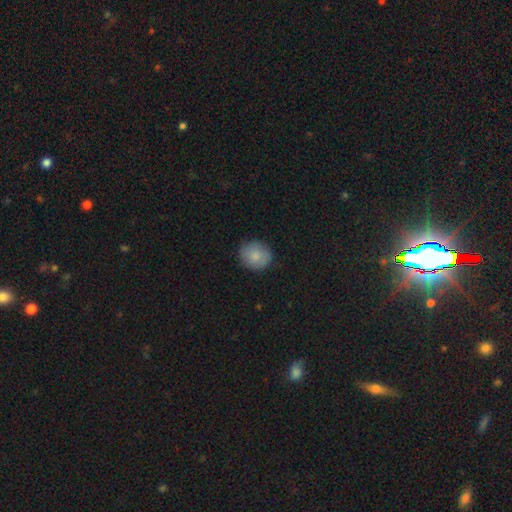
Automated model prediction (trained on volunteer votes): This appears to be a smooth galaxy with no disk features (84%) that is round (77%). Merging: none (84%).